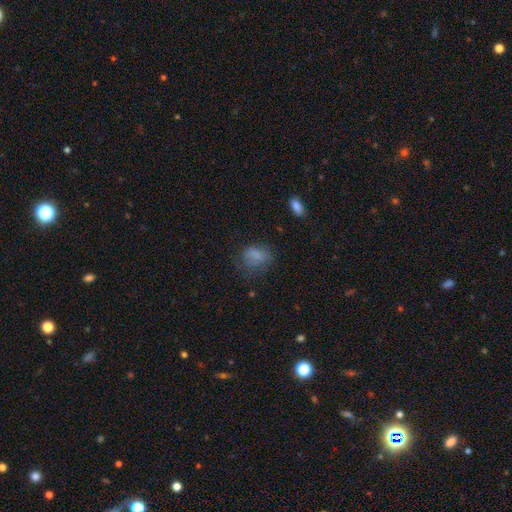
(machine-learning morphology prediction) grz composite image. It shows a smooth galaxy with no disk features (76%) that is in between round and cigar-shaped (56%). Merging: none (54%).